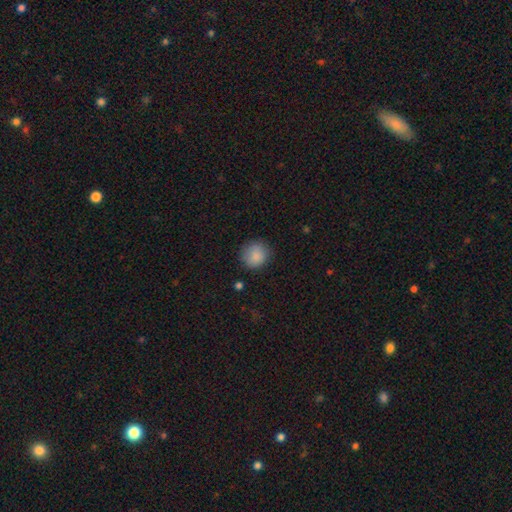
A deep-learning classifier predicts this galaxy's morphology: A smooth galaxy with no disk features (87%) that is round (88%).

Vote fractions:
- Smooth or featured? smooth: 87% / star or artifact: 8% / featured or disk: 5%
- How rounded? round: 88% / in between: 11% / cigar-shaped: 1%
- Merging? none: 82% / minor disturbance: 13% / major disturbance: 4% / merger: 1%